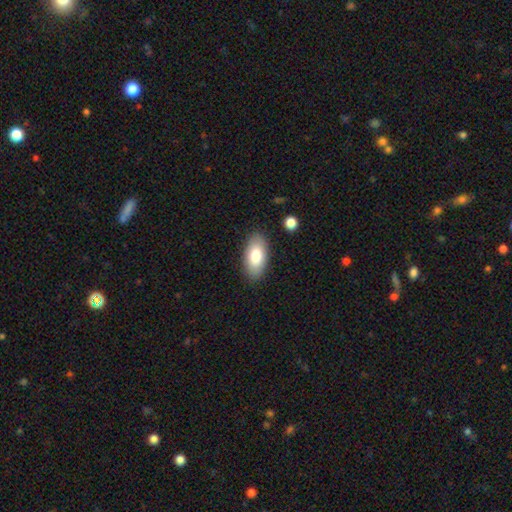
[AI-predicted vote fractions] Smooth or featured? smooth (81%)
How rounded? in between (92%)
Merging? none (87%)